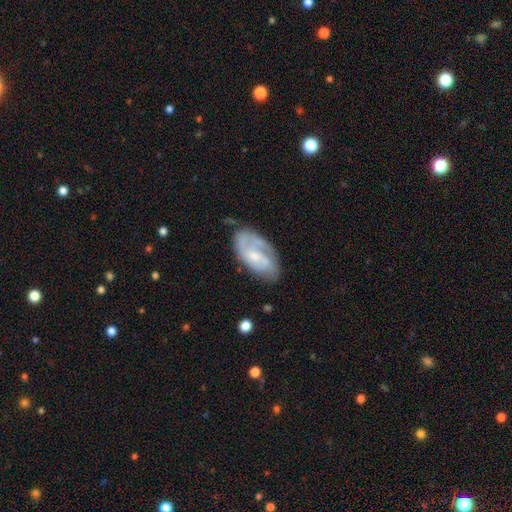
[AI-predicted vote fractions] Overall: featured or disk (72%). Edge-on disk: no (96%). Bar: no (53%; weak 38%). Spiral arms: yes (86%). Spiral arm count: 2 (49%; can't tell 24%). Spiral winding: medium (41%, tied with tight). Bulge size: small (57%; moderate 31%). Merging: none (62%; minor disturbance 24%).